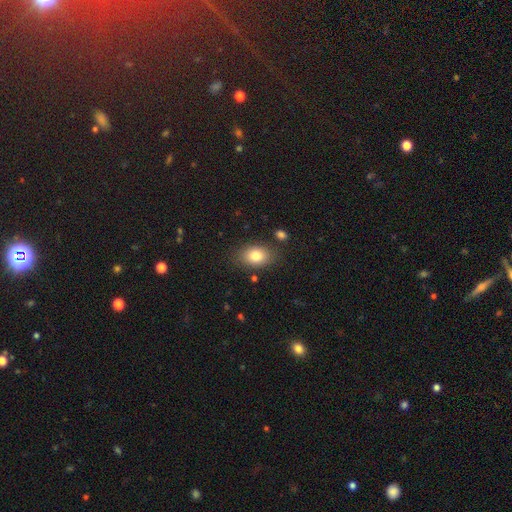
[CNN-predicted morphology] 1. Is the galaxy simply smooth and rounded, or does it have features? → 81% smooth, 10% featured or disk, 9% star or artifact.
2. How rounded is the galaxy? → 78% in between, 21% round, 1% cigar-shaped.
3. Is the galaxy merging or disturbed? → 81% none, 12% minor disturbance, 3% major disturbance, 3% merger.